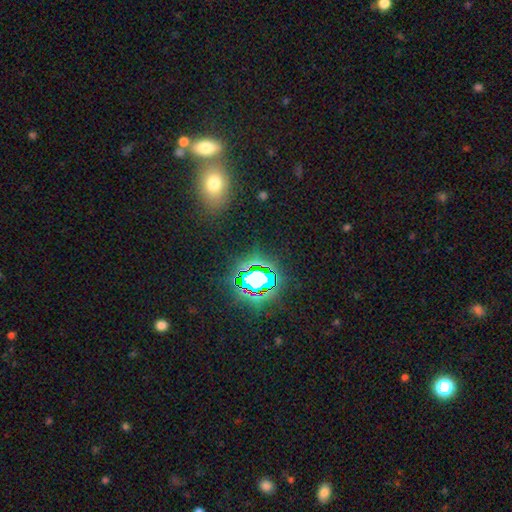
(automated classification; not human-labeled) star or artifact 58%, smooth 32%, featured or disk 10%.